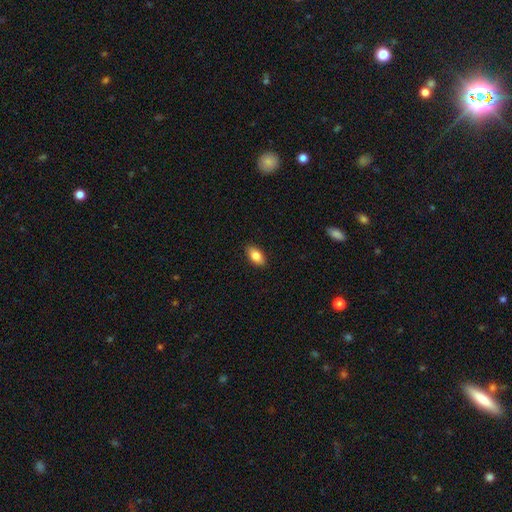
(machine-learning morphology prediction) Q: Smooth or featured?
A: smooth (83%); runner-up: featured or disk (10%)
Q: How rounded?
A: in between (92%); runner-up: round (5%)
Q: Merging?
A: none (90%); runner-up: minor disturbance (8%)